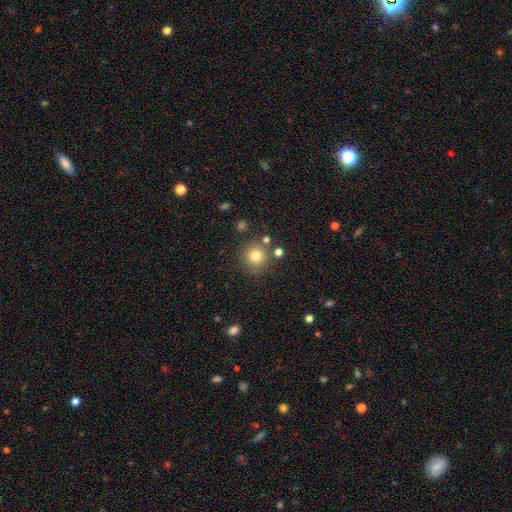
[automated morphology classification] Q: Smooth or featured?
A: smooth (79%); runner-up: star or artifact (12%)
Q: How rounded?
A: round (93%); runner-up: in between (6%)
Q: Merging?
A: none (80%); runner-up: minor disturbance (9%)